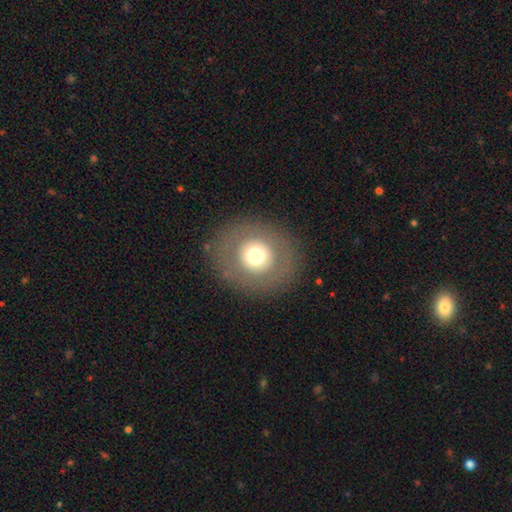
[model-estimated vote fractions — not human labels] This appears to be a smooth galaxy with no disk features (62%) that is round (88%). Merging: none (86%).